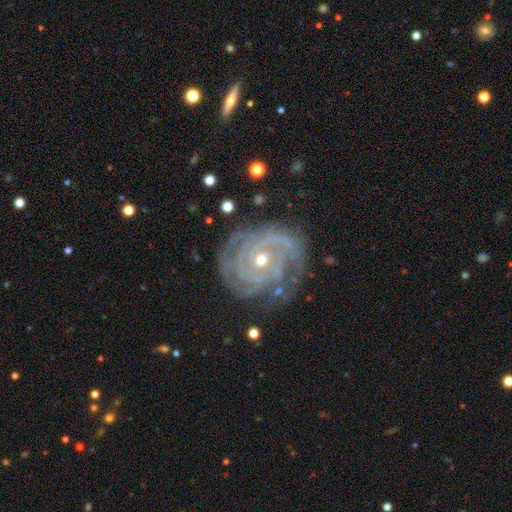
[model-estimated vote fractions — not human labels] Smooth or featured?
  - featured or disk: 89% *
  - star or artifact: 7%
  - smooth: 4%
Edge-on disk?
  - no: 97% *
  - yes: 3%
Bar?
  - no: 69% *
  - weak: 21%
  - strong: 10%
Spiral arms?
  - yes: 98% *
  - no: 2%
Spiral winding?
  - tight: 82% *
  - medium: 16%
  - loose: 3%
Spiral arm count?
  - 3: 29% *
  - 2: 24%
  - can't tell: 17%
  - 4: 14%
  - more than 4: 8%
  - 1: 7%
Bulge size?
  - small: 57% *
  - moderate: 40%
  - large: 1%
  - none: 1%
  - dominant: 1%
Merging?
  - none: 75% *
  - minor disturbance: 17%
  - major disturbance: 6%
  - merger: 2%